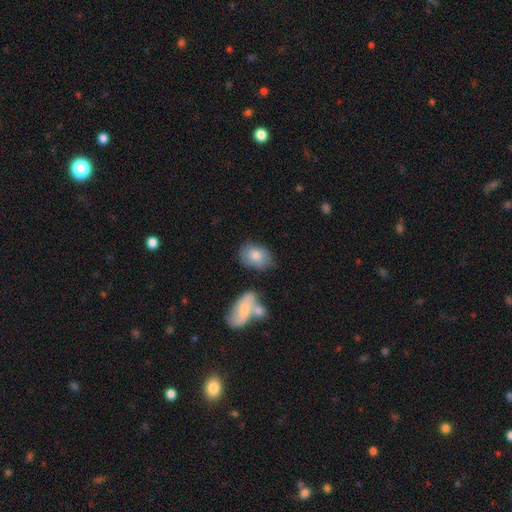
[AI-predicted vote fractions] The model was most divided on "merging": none: 59%, minor disturbance: 24%, merger: 9%, major disturbance: 7%. More confident: how rounded — in between (73%); smooth or featured — smooth (72%).